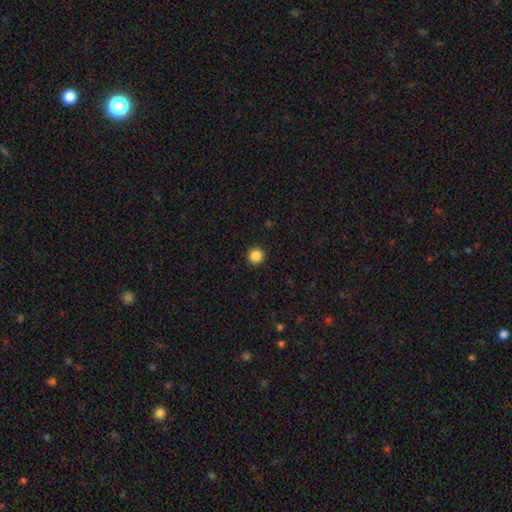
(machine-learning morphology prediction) A smooth galaxy with no disk features (87%) that is round (96%).

Vote fractions:
- Smooth or featured? smooth: 87% / star or artifact: 10% / featured or disk: 3%
- How rounded? round: 96% / in between: 3% / cigar-shaped: 1%
- Merging? none: 93% / minor disturbance: 4% / major disturbance: 1% / merger: 1%